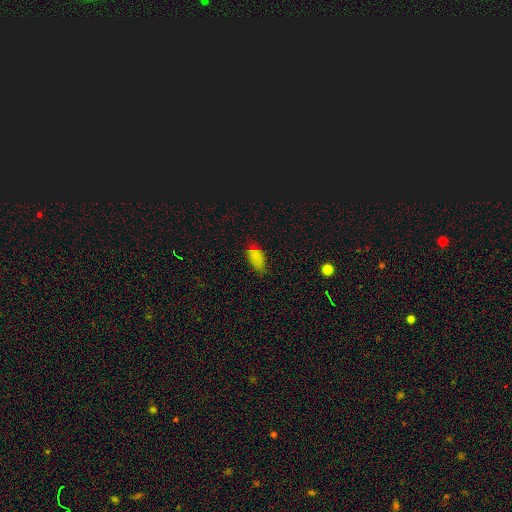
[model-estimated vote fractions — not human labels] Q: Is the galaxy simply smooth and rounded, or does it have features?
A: smooth — 75%.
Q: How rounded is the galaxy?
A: in between — 90%.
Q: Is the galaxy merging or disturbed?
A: none — 54%.